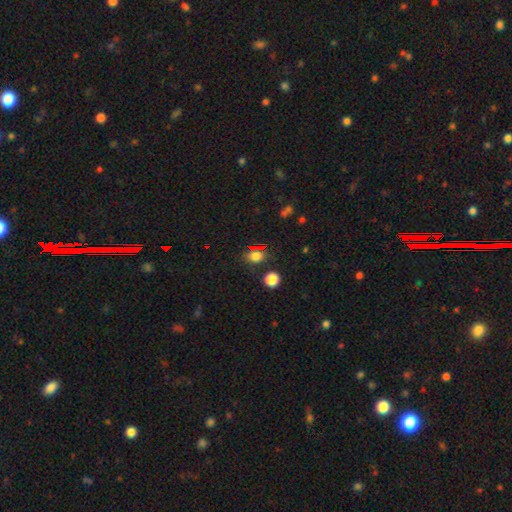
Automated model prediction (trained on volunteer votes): Morphology: type=smooth (60%); roundness=round (60%); merging=none (79%).